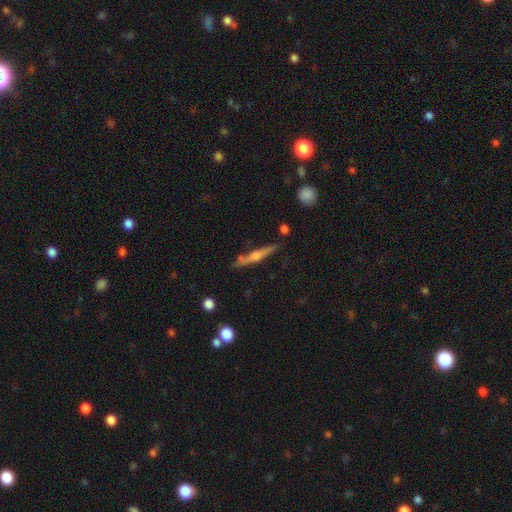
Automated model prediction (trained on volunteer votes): This is likely a featured or disk galaxy (64%). It is clearly viewed edge-on (96%). Edge-on bulge: likely rounded (79%). Merging: clearly none (82%).